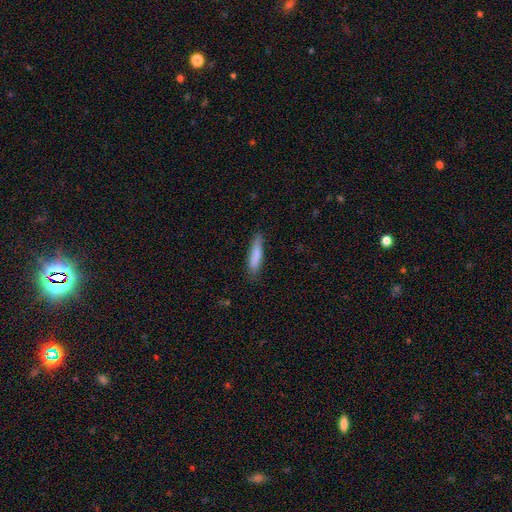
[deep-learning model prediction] This appears to be a smooth galaxy with no disk features (83%) that is cigar-shaped (78%). Merging: none (81%).